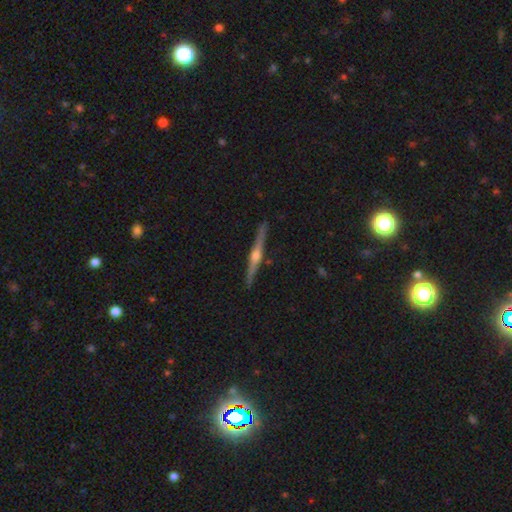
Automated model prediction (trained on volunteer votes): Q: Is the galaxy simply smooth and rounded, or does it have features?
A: featured or disk — 81%.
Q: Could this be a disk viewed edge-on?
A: yes — 98%.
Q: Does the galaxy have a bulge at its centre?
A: rounded — 92%.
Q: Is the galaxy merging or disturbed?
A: none — 90%.